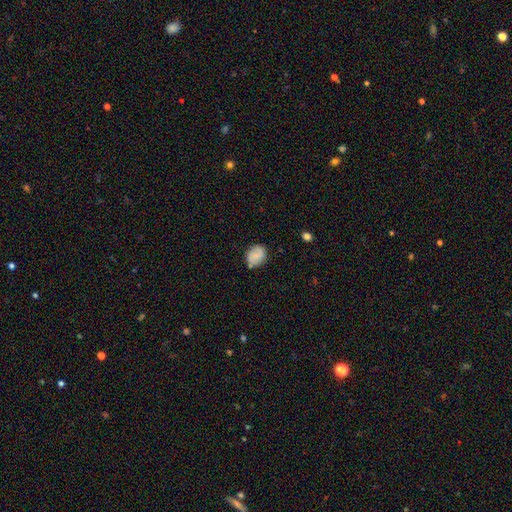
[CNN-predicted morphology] smooth-or-featured: smooth: 66% | featured or disk: 25% | star or artifact: 8%
  how-rounded: round: 51% | in between: 48% | cigar-shaped: 1%
  merging: none: 77% | minor disturbance: 17% | major disturbance: 3% | merger: 3%